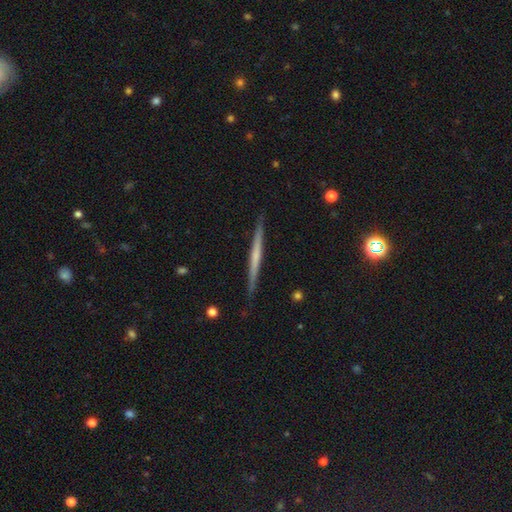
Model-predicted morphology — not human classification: Smooth or featured?
  - featured or disk: 58% *
  - smooth: 36%
  - star or artifact: 6%
Edge-on disk?
  - yes: 98% *
  - no: 2%
Edge-on bulge?
  - none: 78% *
  - rounded: 16%
  - boxy: 6%
Merging?
  - none: 89% *
  - minor disturbance: 8%
  - major disturbance: 1%
  - merger: 1%